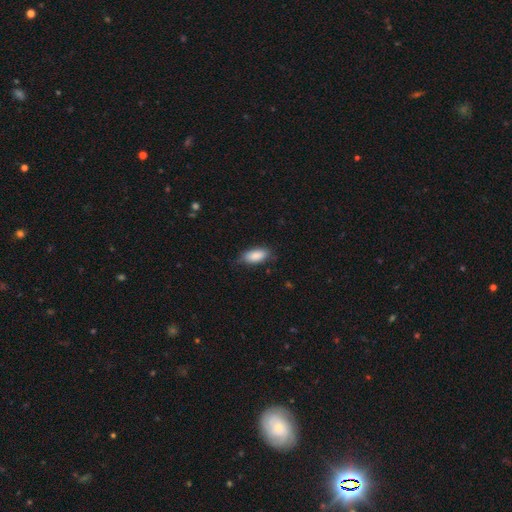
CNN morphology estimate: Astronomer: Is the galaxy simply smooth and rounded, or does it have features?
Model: smooth — 88%.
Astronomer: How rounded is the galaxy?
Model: in between — 87%.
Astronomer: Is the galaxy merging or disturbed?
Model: none — 75%.